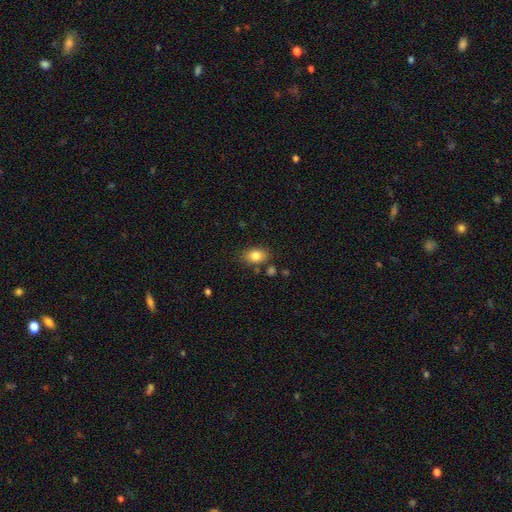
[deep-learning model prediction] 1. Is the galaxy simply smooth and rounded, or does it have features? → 83% smooth, 9% featured or disk, 9% star or artifact.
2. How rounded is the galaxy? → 82% in between, 17% round, 2% cigar-shaped.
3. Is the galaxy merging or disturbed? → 79% none, 13% minor disturbance, 5% merger, 3% major disturbance.